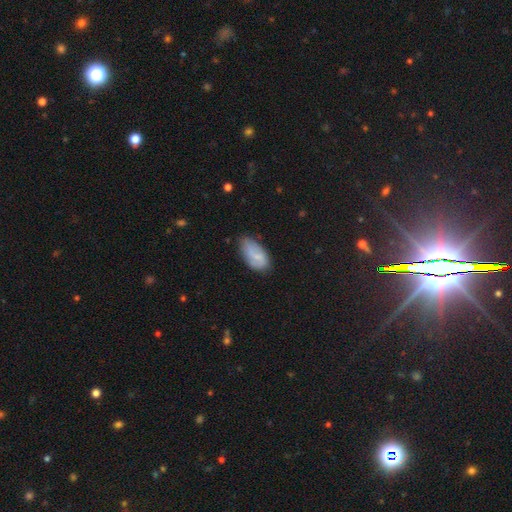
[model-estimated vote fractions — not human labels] smooth 69%, featured or disk 24%, star or artifact 7%. Down the decision tree: how rounded — in between (93%); merging — none (55%).